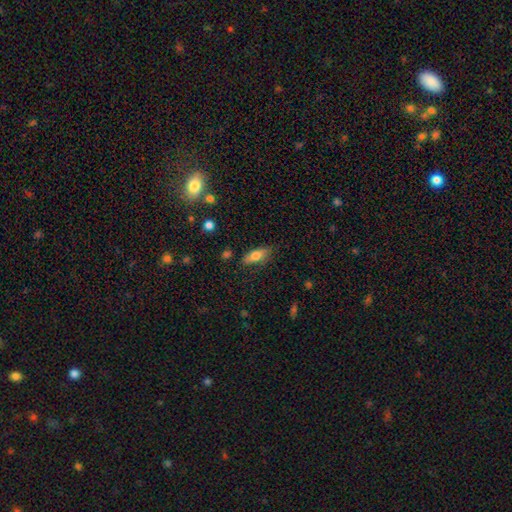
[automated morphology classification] This appears to be a smooth galaxy with no disk features (72%) that is in between round and cigar-shaped (70%). Merging: none (77%).